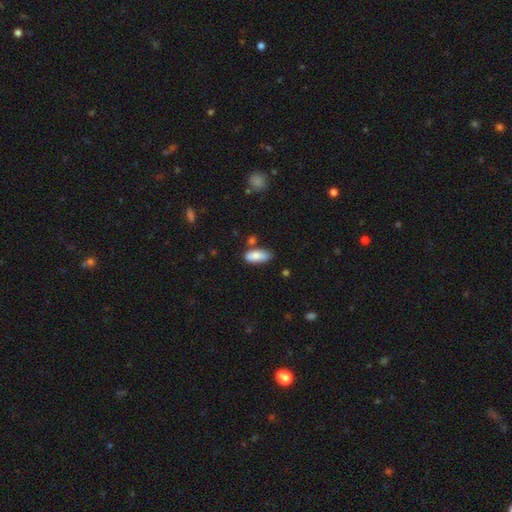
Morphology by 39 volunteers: Smooth or featured: smooth — 92% (featured or disk — 5%)
How rounded: in between — 83% (cigar-shaped — 11%)
Merging: none — 55% (minor disturbance — 39%)